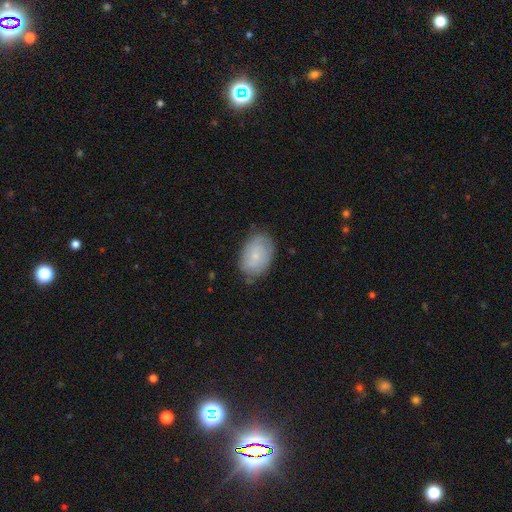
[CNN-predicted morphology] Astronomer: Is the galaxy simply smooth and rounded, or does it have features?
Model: smooth — 50% (runner-up: featured or disk, 43%).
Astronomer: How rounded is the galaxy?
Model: in between — 85%.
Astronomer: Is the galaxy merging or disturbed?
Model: none — 75%.